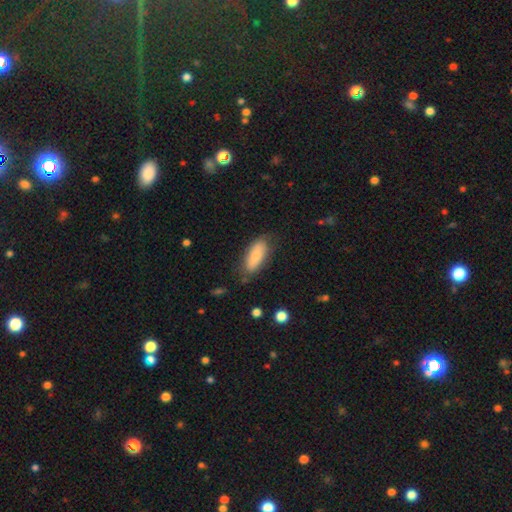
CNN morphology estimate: Overall: smooth (71%). How rounded: in between (82%). Merging: none (72%).